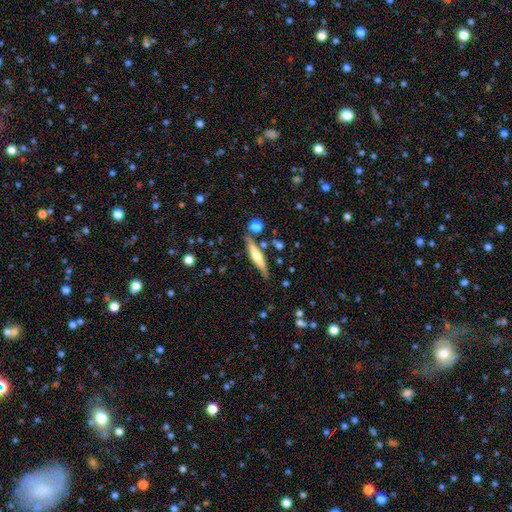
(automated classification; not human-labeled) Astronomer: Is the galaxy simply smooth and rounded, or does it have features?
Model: featured or disk — 60%.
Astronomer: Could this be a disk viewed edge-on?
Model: yes — 95%.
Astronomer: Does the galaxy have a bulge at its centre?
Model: rounded — 84%.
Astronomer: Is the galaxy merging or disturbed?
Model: none — 80%.